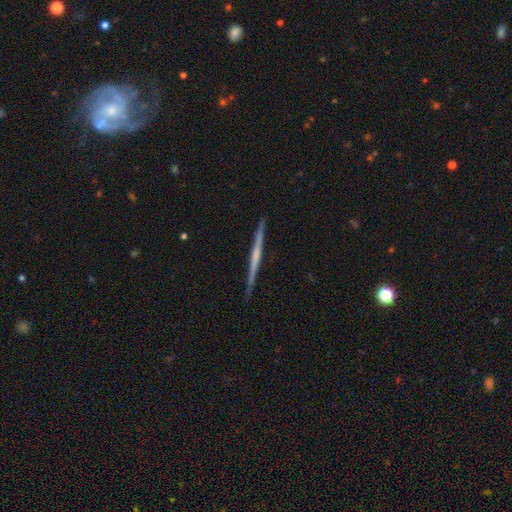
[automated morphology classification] smooth-or-featured: featured or disk: 67% | smooth: 28% | star or artifact: 5%
  disk-edge-on: yes: 98% | no: 2%
    edge-on-bulge: none: 70% | rounded: 20% | boxy: 10%
  merging: none: 91% | minor disturbance: 6% | major disturbance: 1% | merger: 1%